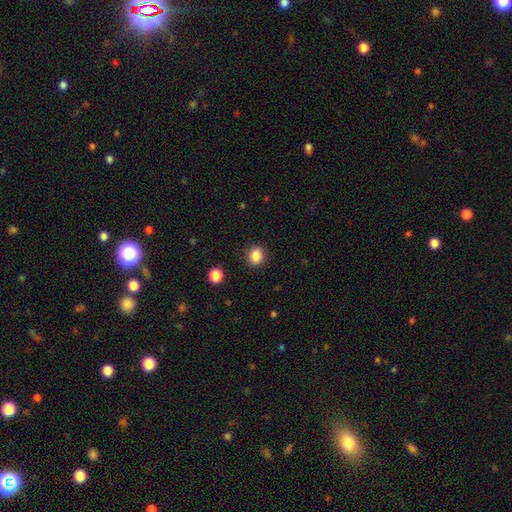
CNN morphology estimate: smooth_or_featured: smooth (p=0.86) [alt: star or artifact p=0.11]
how_rounded: round (p=0.78) [alt: in between p=0.21]
merging: none (p=0.90) [alt: minor disturbance p=0.07]